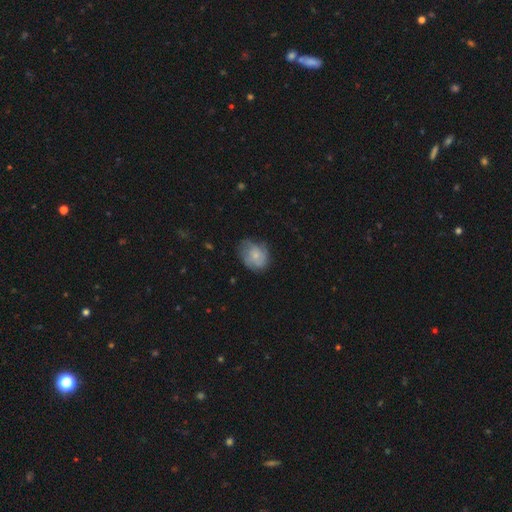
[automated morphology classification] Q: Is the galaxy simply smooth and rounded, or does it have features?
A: smooth — 56%.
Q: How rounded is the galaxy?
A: in between — 50%.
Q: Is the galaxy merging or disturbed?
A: none — 57%.